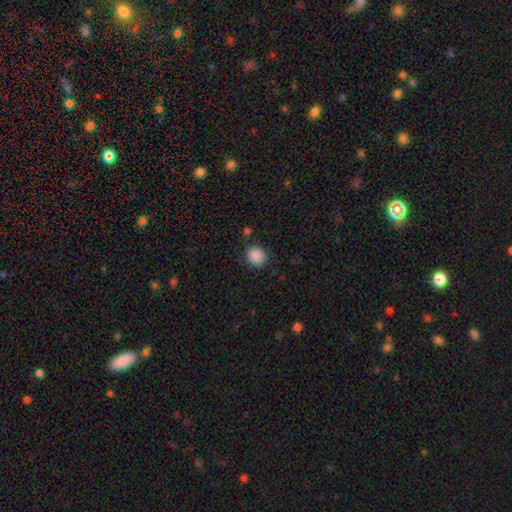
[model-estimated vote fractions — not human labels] Smooth or featured?
  - smooth: 88% *
  - star or artifact: 10%
  - featured or disk: 3%
How rounded?
  - round: 85% *
  - in between: 14%
  - cigar-shaped: 1%
Merging?
  - none: 83% *
  - minor disturbance: 11%
  - major disturbance: 3%
  - merger: 3%